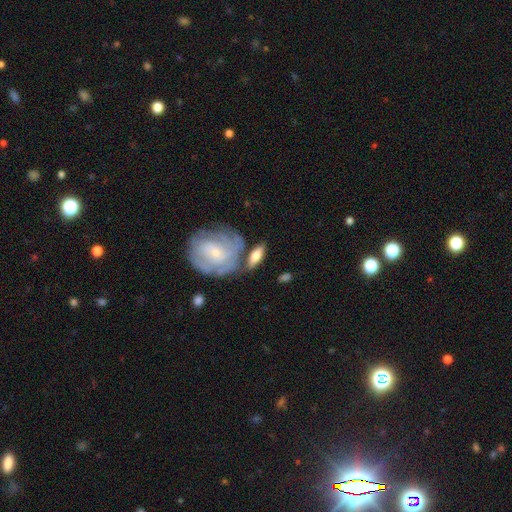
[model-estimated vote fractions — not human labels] smooth_or_featured: smooth (p=0.52) [alt: featured or disk p=0.42]
how_rounded: in between (p=0.73) [alt: cigar-shaped p=0.18]
merging: none (p=0.62) [alt: minor disturbance p=0.17]